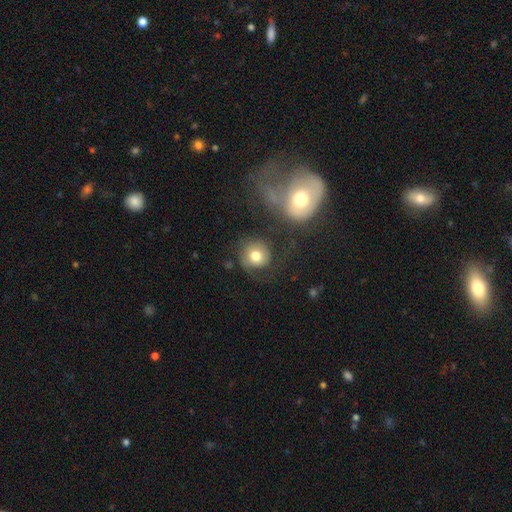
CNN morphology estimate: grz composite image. It shows a smooth galaxy with no disk features (74%) that is round (87%). Merging: none (63%).